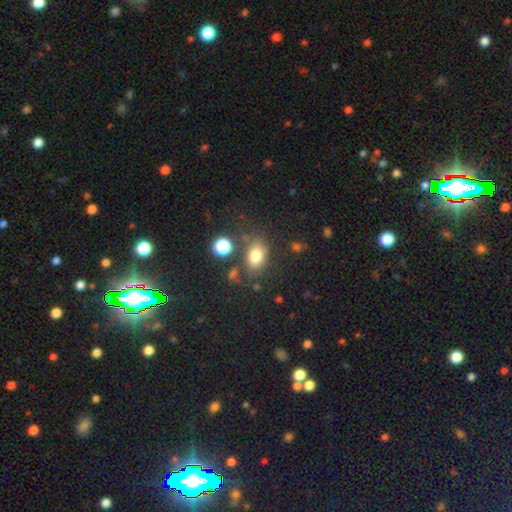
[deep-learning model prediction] Overall: smooth (75%). How rounded: in between (71%). Merging: none (69%).